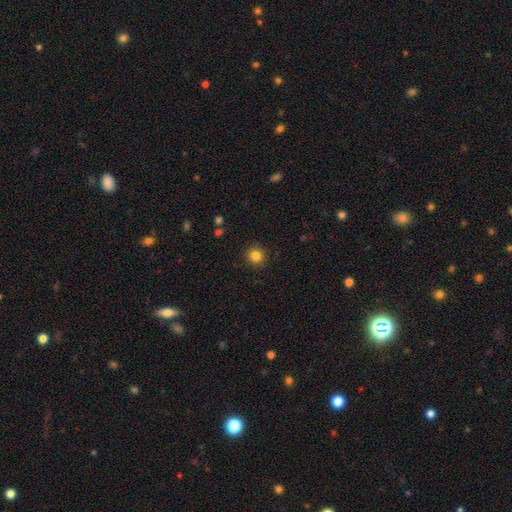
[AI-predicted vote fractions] Overall: smooth (84%). How rounded: round (93%). Merging: none (91%).